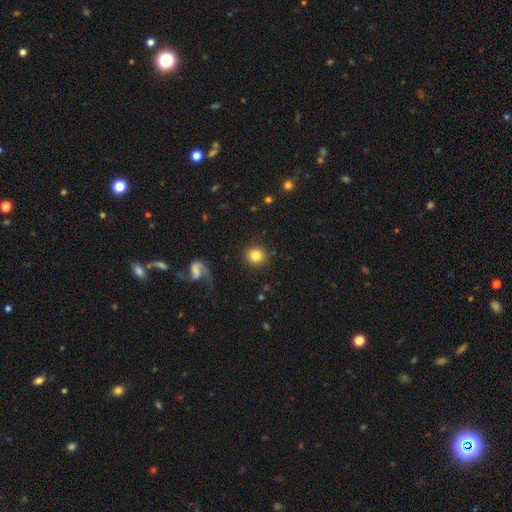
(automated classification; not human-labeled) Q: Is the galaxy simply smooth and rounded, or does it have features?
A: smooth — 81%.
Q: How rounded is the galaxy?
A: round — 90%.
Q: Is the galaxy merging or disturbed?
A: none — 89%.